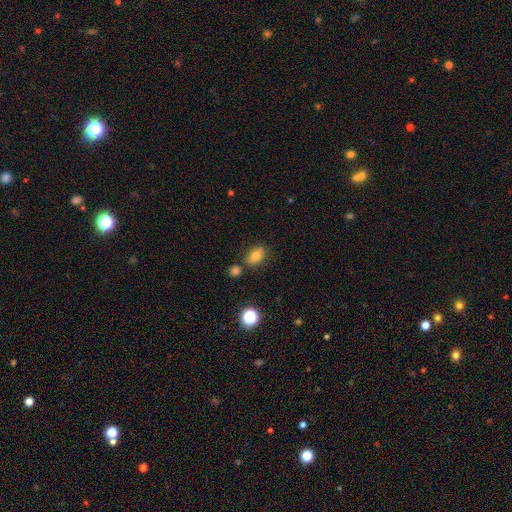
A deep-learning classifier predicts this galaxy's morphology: type=smooth (76%); roundness=in between (74%); merging=none (74%).